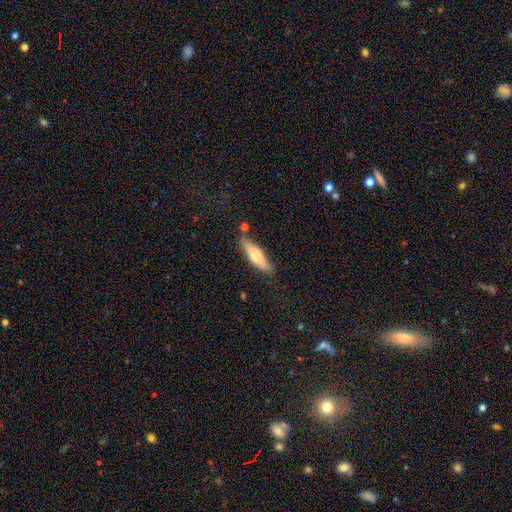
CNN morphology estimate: smooth 63%, featured or disk 31%, star or artifact 6%. Down the decision tree: how rounded — cigar-shaped (58%); merging — none (72%).